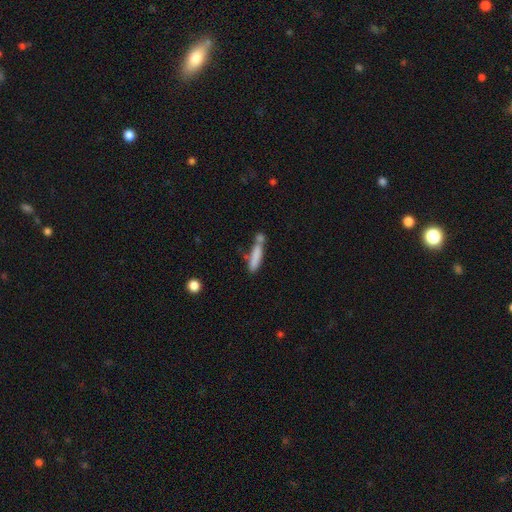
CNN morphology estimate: smooth-or-featured: smooth: 78% | featured or disk: 14% | star or artifact: 7%
  how-rounded: cigar-shaped: 79% | in between: 19% | round: 2%
  merging: none: 47% | merger: 31% | minor disturbance: 17% | major disturbance: 6%